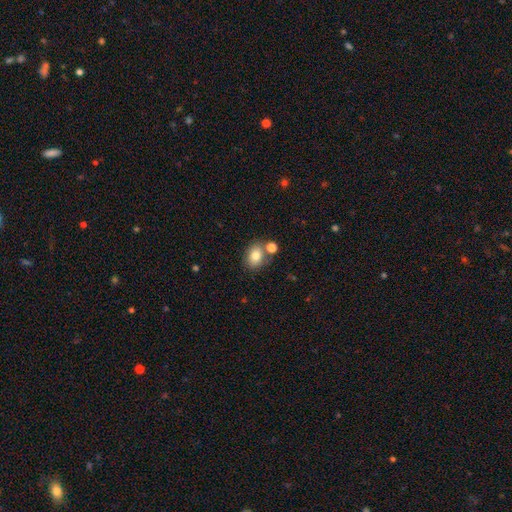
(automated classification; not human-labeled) This appears to be a smooth galaxy with no disk features (79%) that is in between round and cigar-shaped (61%). Merging: none (63%).